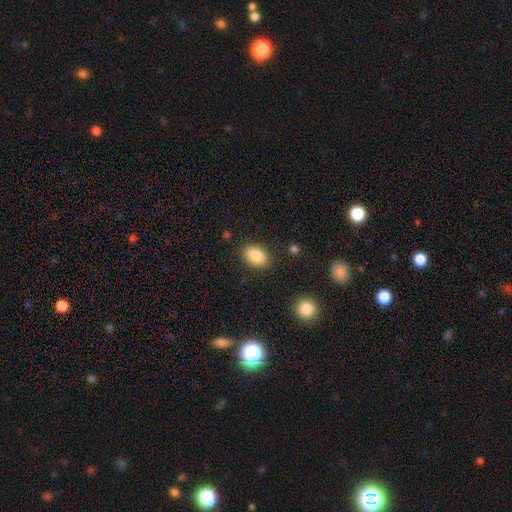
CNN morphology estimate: The model was most divided on "merging": none: 86%, minor disturbance: 10%, major disturbance: 3%, merger: 2%. More confident: how rounded — in between (88%); smooth or featured — smooth (85%).